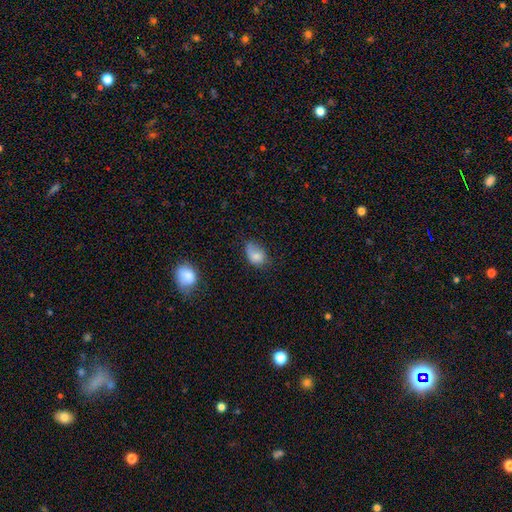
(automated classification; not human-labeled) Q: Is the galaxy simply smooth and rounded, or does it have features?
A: smooth — 75%.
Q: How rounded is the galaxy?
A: in between — 80%.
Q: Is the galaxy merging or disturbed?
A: none — 39%.